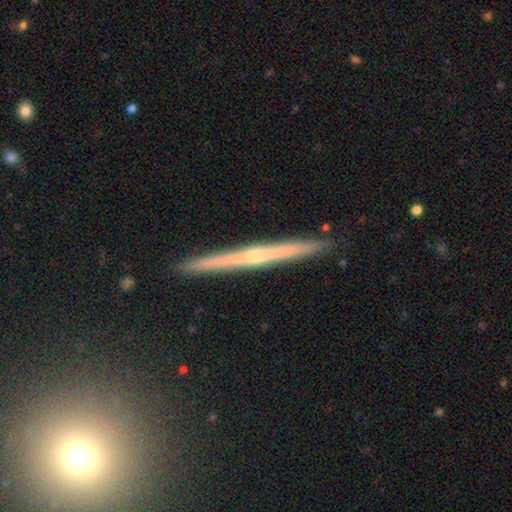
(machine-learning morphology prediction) Smooth or featured: featured or disk — 77% (smooth — 17%)
Edge-on disk: yes — 98% (no — 2%)
Edge-on bulge: rounded — 64% (none — 32%)
Merging: none — 92% (minor disturbance — 5%)